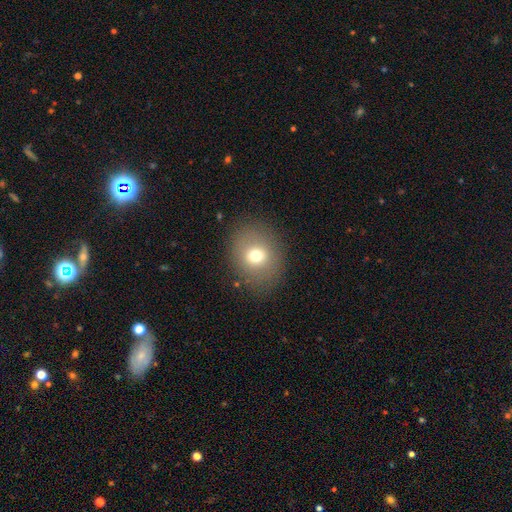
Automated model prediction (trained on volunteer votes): Q: Smooth or featured?
A: smooth (69%); runner-up: featured or disk (19%)
Q: How rounded?
A: round (62%); runner-up: in between (37%)
Q: Merging?
A: none (85%); runner-up: minor disturbance (9%)